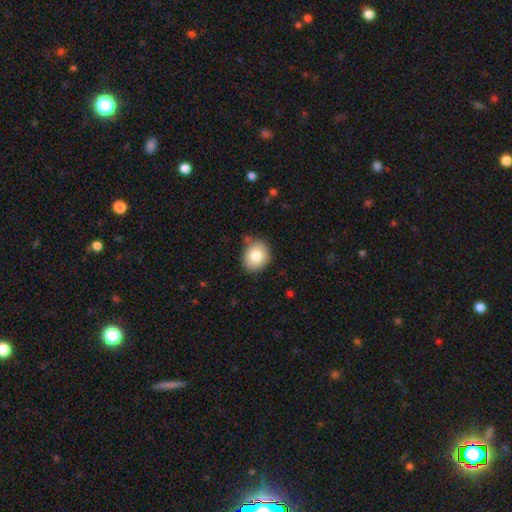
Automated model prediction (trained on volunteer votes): The model was most divided on "how rounded": round: 60%, in between: 39%, cigar-shaped: 1%. More confident: smooth or featured — smooth (80%); merging — none (80%).